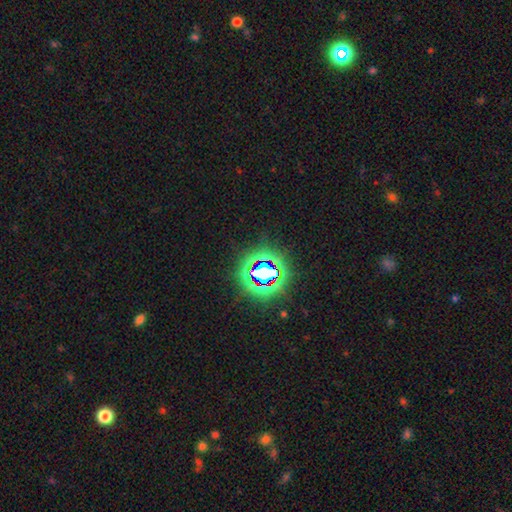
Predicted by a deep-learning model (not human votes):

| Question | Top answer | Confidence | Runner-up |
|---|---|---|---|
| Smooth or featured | star or artifact | 78% | smooth (13%) |